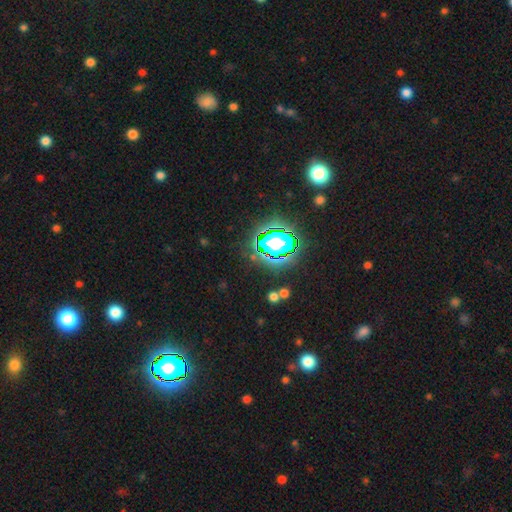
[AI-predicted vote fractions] Smooth or featured?
  - star or artifact: 67% *
  - smooth: 21%
  - featured or disk: 12%